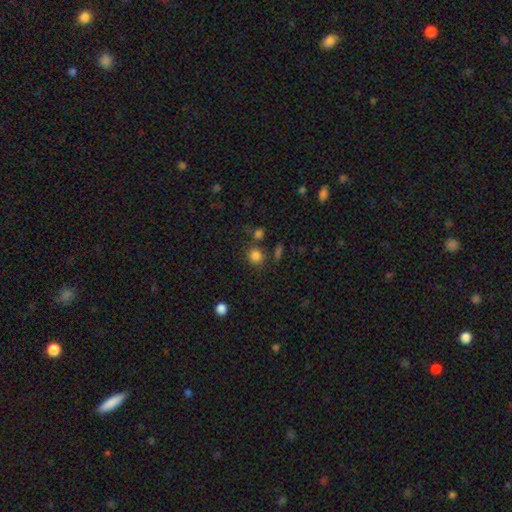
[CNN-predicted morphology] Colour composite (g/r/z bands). It shows a smooth galaxy with no disk features (82%) that is round (86%). Merging: none (76%).